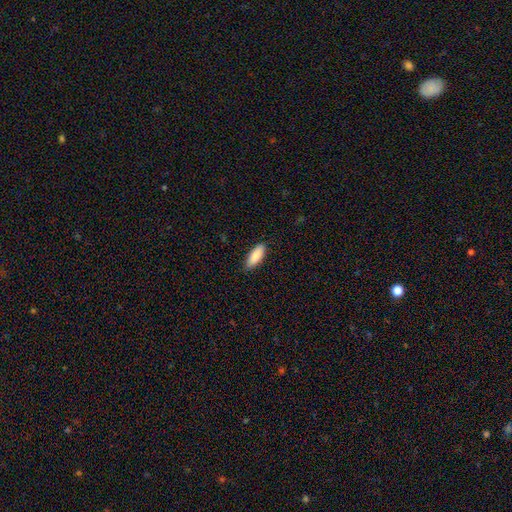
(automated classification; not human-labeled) Smooth or featured? Predicted: smooth (p=0.88). How rounded? Predicted: in between (p=0.71). Merging? Predicted: none (p=0.86).